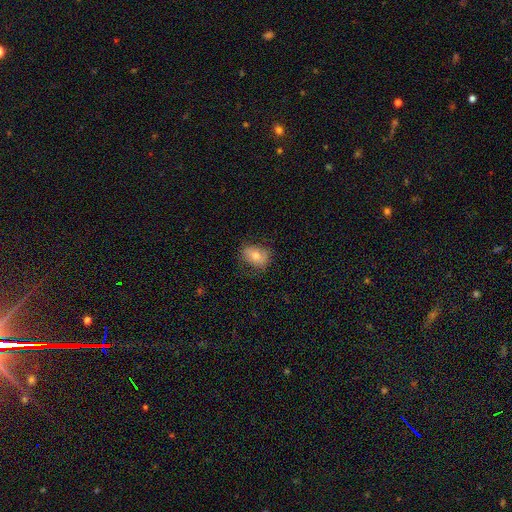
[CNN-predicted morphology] Smooth or featured? smooth (67%)
How rounded? in between (69%)
Merging? none (70%)